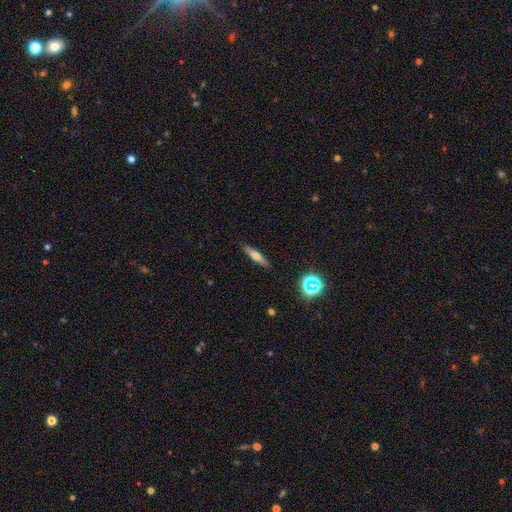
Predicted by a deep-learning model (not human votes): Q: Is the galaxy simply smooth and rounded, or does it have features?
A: smooth — 49%.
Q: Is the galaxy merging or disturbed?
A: none — 88%.